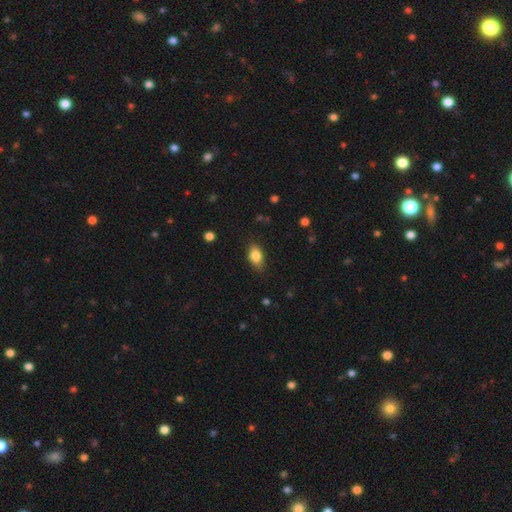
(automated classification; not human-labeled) Smooth or featured?
  - smooth: 82% *
  - featured or disk: 9%
  - star or artifact: 8%
How rounded?
  - in between: 86% *
  - round: 10%
  - cigar-shaped: 4%
Merging?
  - none: 80% *
  - minor disturbance: 16%
  - major disturbance: 3%
  - merger: 1%